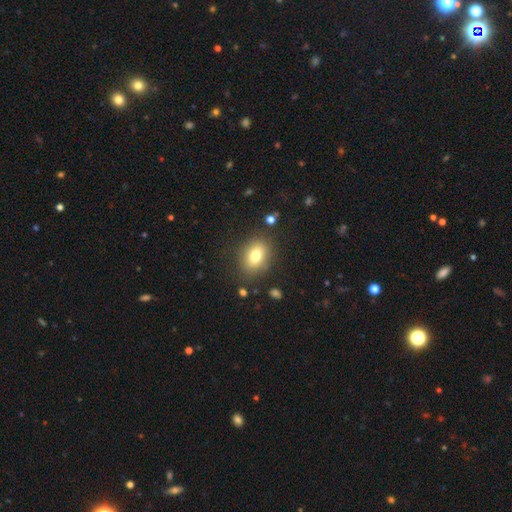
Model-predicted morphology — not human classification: This is likely a smooth galaxy (78%). How rounded: likely in between (67%). Merging: clearly none (83%).